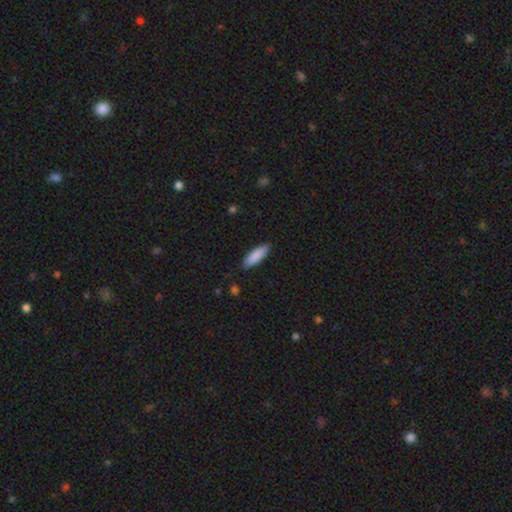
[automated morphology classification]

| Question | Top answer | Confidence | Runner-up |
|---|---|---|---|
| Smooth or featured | smooth | 88% | featured or disk (7%) |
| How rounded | in between | 50% | cigar-shaped (49%) |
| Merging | none | 86% | minor disturbance (11%) |